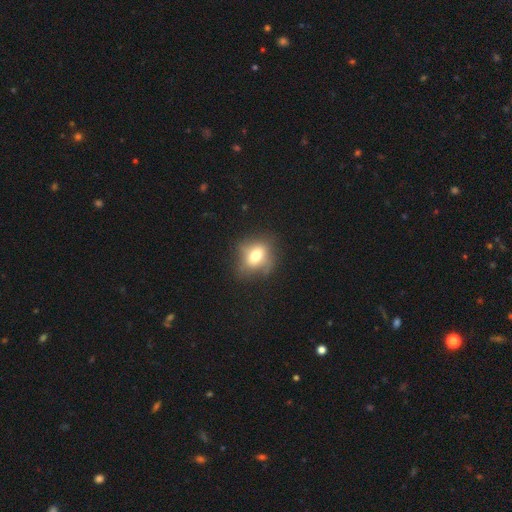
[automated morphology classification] A smooth galaxy with no disk features (65%) that is in between round and cigar-shaped (50%).

Vote fractions:
- Smooth or featured? smooth: 65% / featured or disk: 23% / star or artifact: 12%
- How rounded? in between: 50% / round: 47% / cigar-shaped: 2%
- Merging? none: 64% / minor disturbance: 24% / major disturbance: 10% / merger: 2%